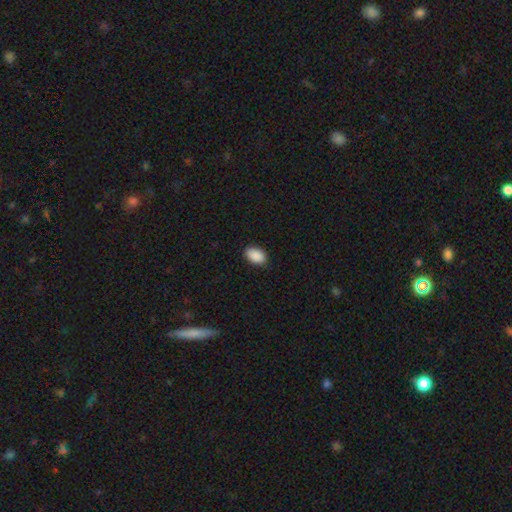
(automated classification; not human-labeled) Smooth or featured? Predicted: smooth (p=0.90). How rounded? Predicted: in between (p=0.89). Merging? Predicted: none (p=0.85).